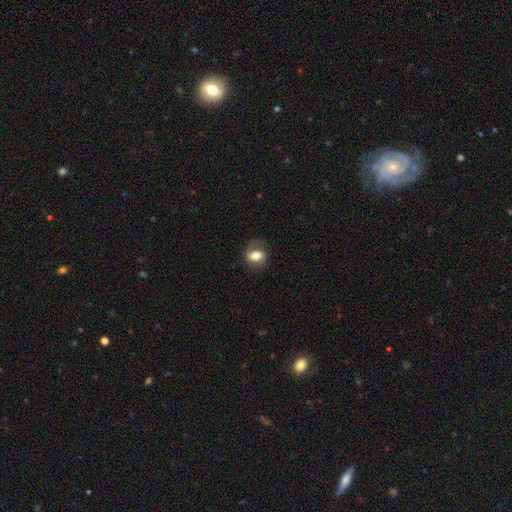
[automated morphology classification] type=smooth (60%); roundness=in between (67%); merging=none (65%).